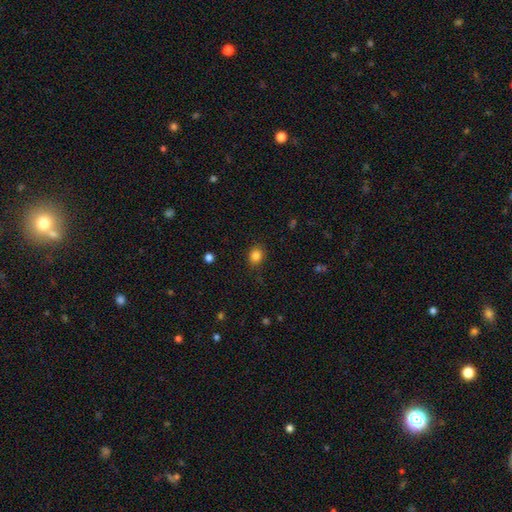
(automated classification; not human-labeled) Smooth or featured?
  - smooth: 84% *
  - star or artifact: 12%
  - featured or disk: 5%
How rounded?
  - round: 66% *
  - in between: 33%
  - cigar-shaped: 1%
Merging?
  - none: 83% *
  - minor disturbance: 12%
  - major disturbance: 3%
  - merger: 1%